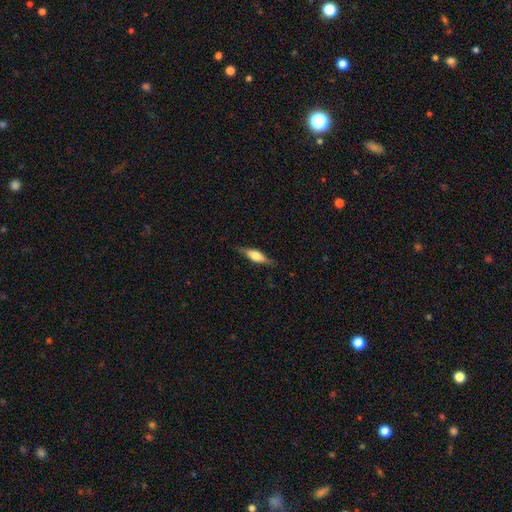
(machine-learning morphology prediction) Smooth or featured? Predicted: smooth (p=0.57). How rounded? Predicted: cigar-shaped (p=0.55). Merging? Predicted: none (p=0.79).